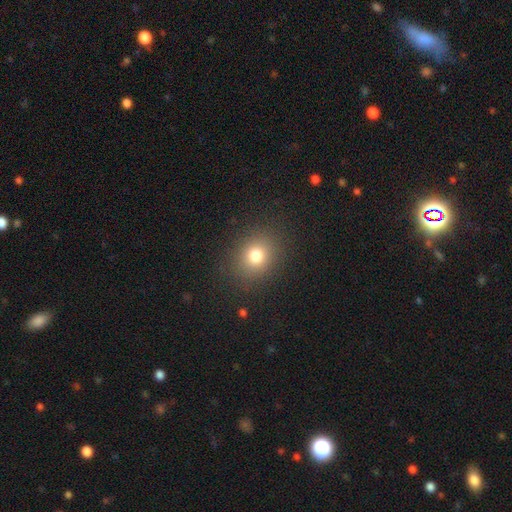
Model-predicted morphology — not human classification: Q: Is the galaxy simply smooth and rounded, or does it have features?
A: smooth — 77%.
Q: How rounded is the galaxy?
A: round — 67%.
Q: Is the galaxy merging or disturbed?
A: none — 87%.